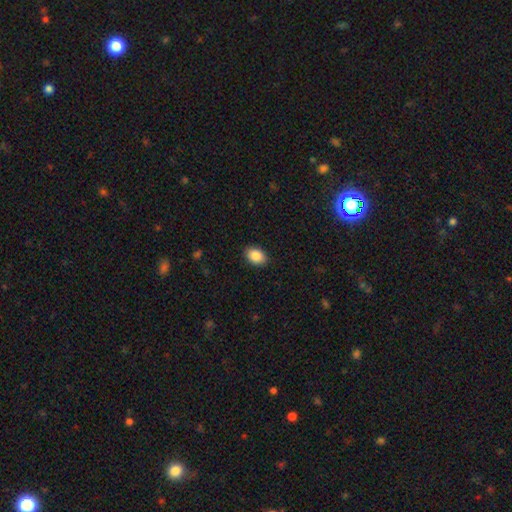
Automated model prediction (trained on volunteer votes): This is clearly a smooth galaxy (87%). How rounded: clearly in between (81%). Merging: clearly none (89%).